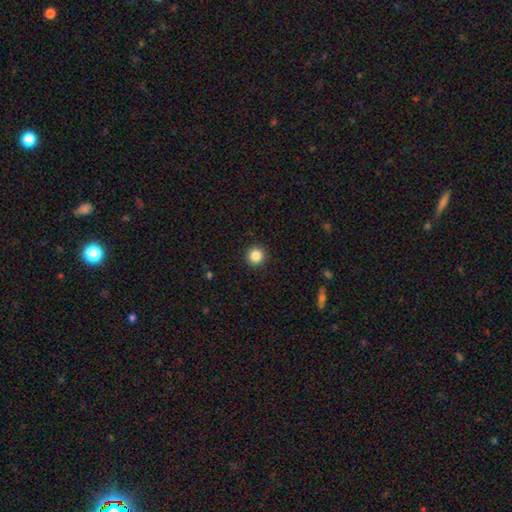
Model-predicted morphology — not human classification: Overall: smooth (86%). How rounded: round (95%). Merging: none (92%).